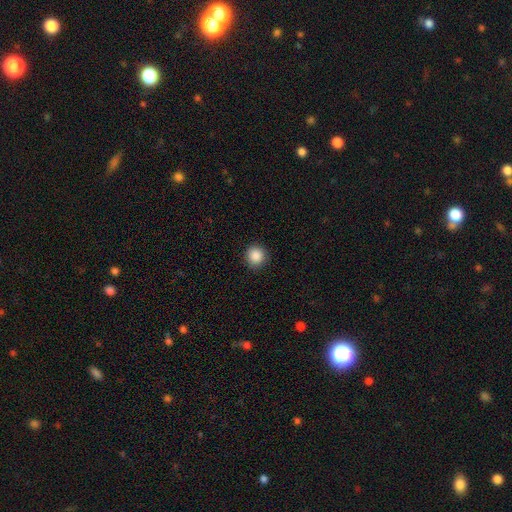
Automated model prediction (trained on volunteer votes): Smooth or featured: smooth — 88% (star or artifact — 9%)
How rounded: round — 93% (in between — 6%)
Merging: none — 91% (minor disturbance — 6%)